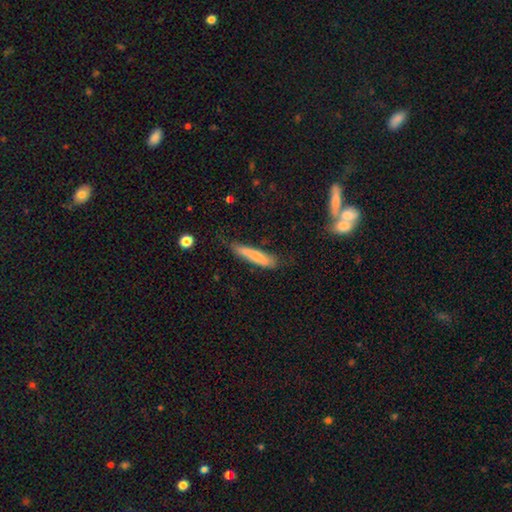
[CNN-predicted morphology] Q: Smooth or featured?
A: smooth (74%); runner-up: featured or disk (20%)
Q: How rounded?
A: cigar-shaped (89%); runner-up: in between (9%)
Q: Merging?
A: none (67%); runner-up: minor disturbance (25%)